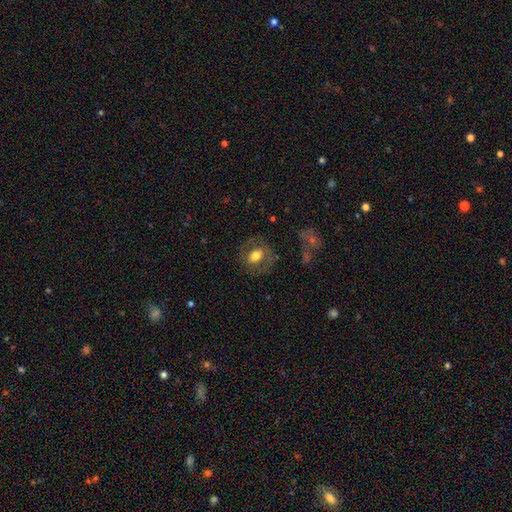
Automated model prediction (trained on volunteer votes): A smooth galaxy with no disk features (59%) that is round (60%).

Vote fractions:
- Smooth or featured? smooth: 59% / featured or disk: 33% / star or artifact: 8%
- How rounded? round: 60% / in between: 39% / cigar-shaped: 1%
- Merging? none: 77% / minor disturbance: 13% / major disturbance: 8% / merger: 2%